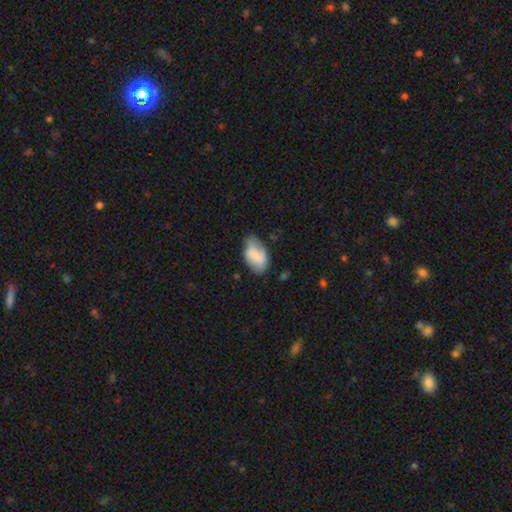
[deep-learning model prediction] Overall: smooth (71%). How rounded: in between (92%). Merging: none (55%; minor disturbance 32%).